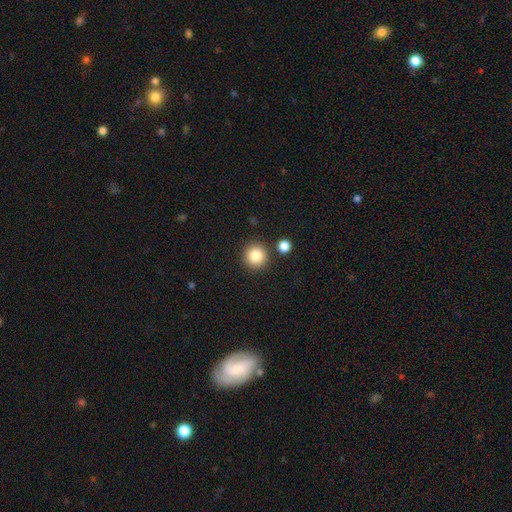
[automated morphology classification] smooth_or_featured: smooth (p=0.85) [alt: star or artifact p=0.10]
how_rounded: round (p=0.94) [alt: in between p=0.05]
merging: none (p=0.86) [alt: minor disturbance p=0.06]